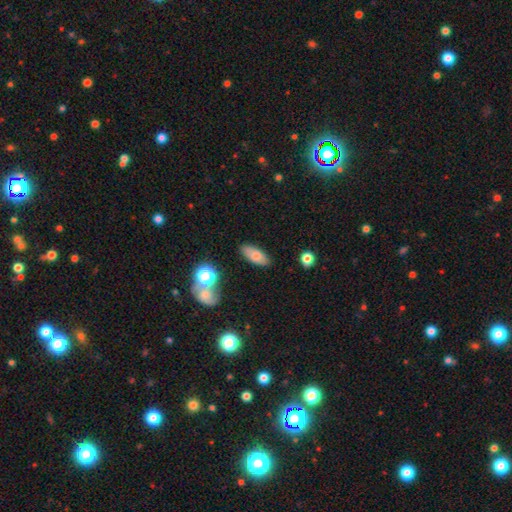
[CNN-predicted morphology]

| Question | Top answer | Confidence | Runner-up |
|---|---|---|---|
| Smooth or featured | smooth | 74% | featured or disk (18%) |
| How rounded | in between | 82% | cigar-shaped (14%) |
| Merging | none | 84% | minor disturbance (11%) |